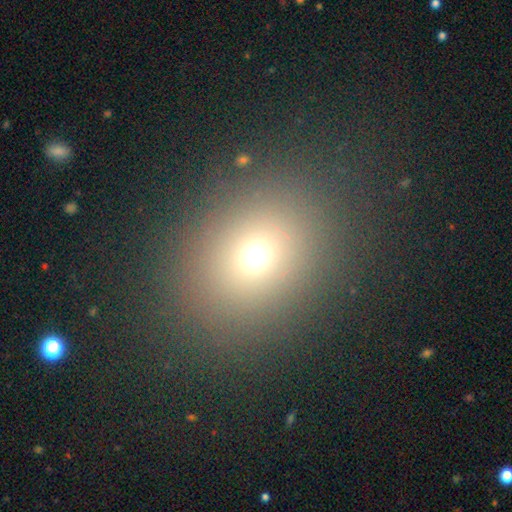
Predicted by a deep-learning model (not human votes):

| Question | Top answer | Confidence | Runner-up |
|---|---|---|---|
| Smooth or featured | smooth | 69% | star or artifact (21%) |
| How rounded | round | 63% | in between (36%) |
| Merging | none | 86% | minor disturbance (8%) |